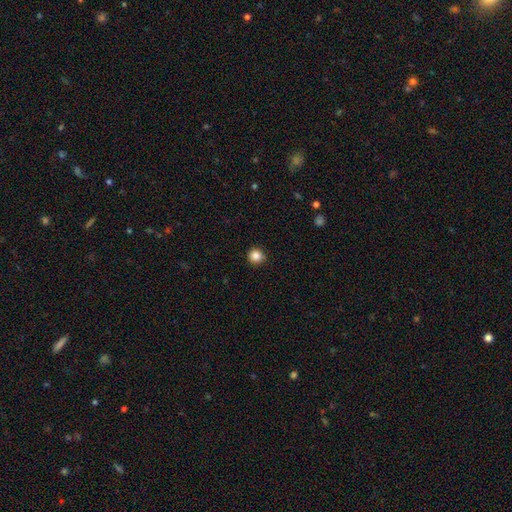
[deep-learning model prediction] Smooth or featured? smooth (86%)
How rounded? round (93%)
Merging? none (90%)